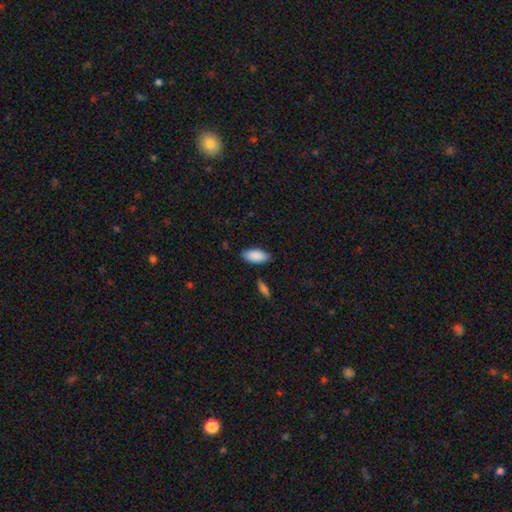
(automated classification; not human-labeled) A smooth galaxy with no disk features (89%) that is in between round and cigar-shaped (92%).

Vote fractions:
- Smooth or featured? smooth: 89% / star or artifact: 6% / featured or disk: 5%
- How rounded? in between: 92% / cigar-shaped: 6% / round: 2%
- Merging? none: 84% / minor disturbance: 11% / merger: 3% / major disturbance: 2%